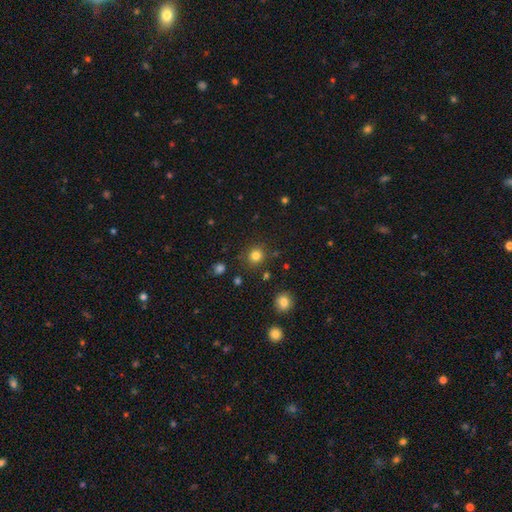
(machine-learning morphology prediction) Smooth or featured: smooth — 82% (star or artifact — 13%)
How rounded: round — 90% (in between — 9%)
Merging: none — 86% (minor disturbance — 8%)